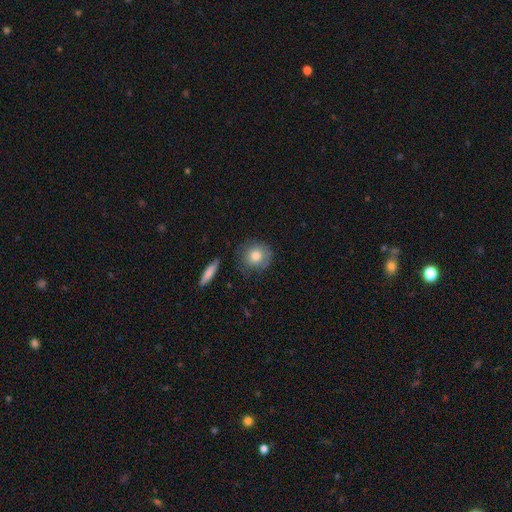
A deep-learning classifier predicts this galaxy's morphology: smooth-or-featured: smooth: 77% | featured or disk: 16% | star or artifact: 7%
  how-rounded: round: 85% | in between: 14% | cigar-shaped: 2%
  merging: none: 72% | minor disturbance: 19% | major disturbance: 6% | merger: 3%